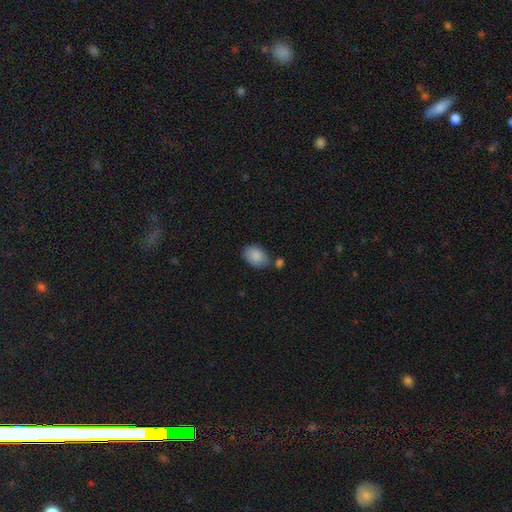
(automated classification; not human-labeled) Morphology: type=smooth (88%); roundness=in between (85%); merging=none (68%).